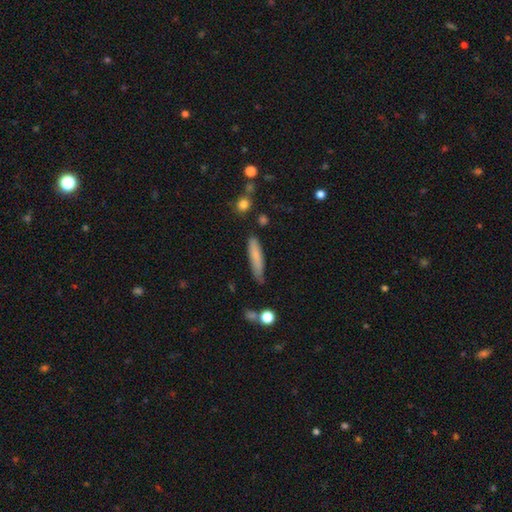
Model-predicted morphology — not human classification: Smooth or featured?
  - smooth: 75% *
  - featured or disk: 18%
  - star or artifact: 7%
How rounded?
  - cigar-shaped: 85% *
  - in between: 14%
  - round: 2%
Merging?
  - none: 74% *
  - minor disturbance: 20%
  - major disturbance: 4%
  - merger: 3%